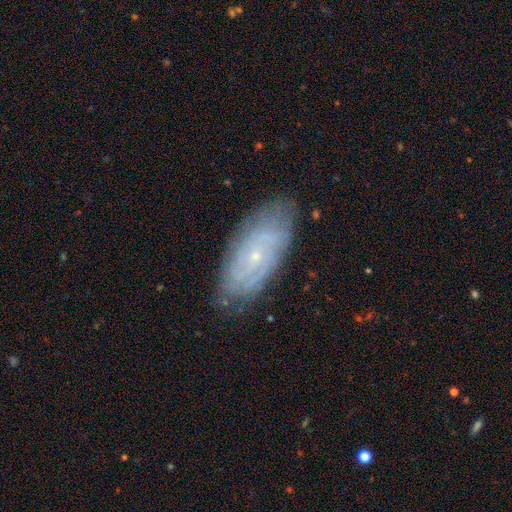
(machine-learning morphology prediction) Q: Smooth or featured?
A: featured or disk (71%); runner-up: smooth (22%)
Q: Edge-on disk?
A: no (91%); runner-up: yes (9%)
Q: Bar?
A: no (79%); runner-up: weak (18%)
Q: Spiral arms?
A: yes (85%); runner-up: no (15%)
Q: Spiral winding?
A: tight (72%); runner-up: medium (21%)
Q: Spiral arm count?
A: can't tell (58%); runner-up: 2 (15%)
Q: Bulge size?
A: small (85%); runner-up: moderate (11%)
Q: Merging?
A: none (78%); runner-up: minor disturbance (17%)